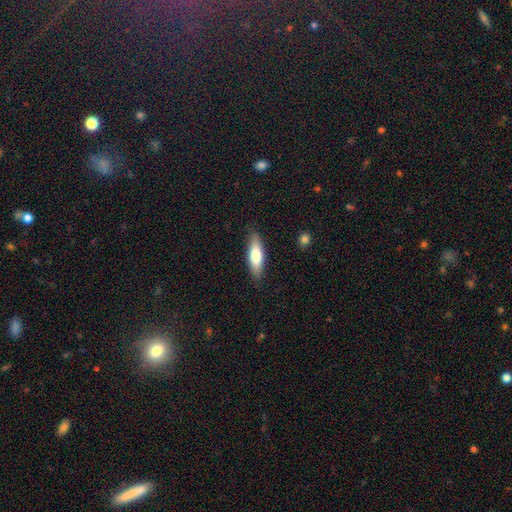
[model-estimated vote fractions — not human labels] Q: Smooth or featured?
A: smooth (71%); runner-up: featured or disk (23%)
Q: How rounded?
A: in between (50%); runner-up: cigar-shaped (48%)
Q: Merging?
A: none (86%); runner-up: minor disturbance (10%)